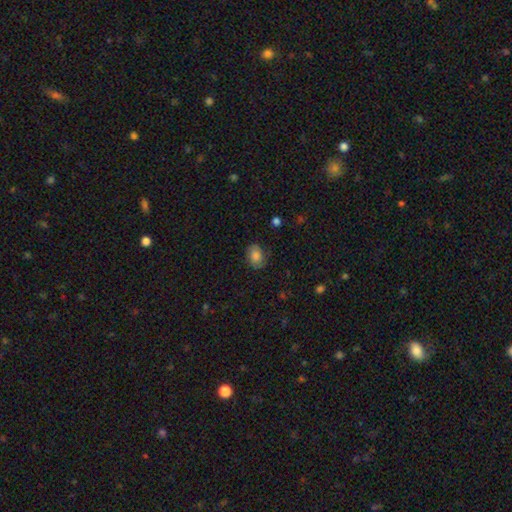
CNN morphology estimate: Q: Smooth or featured?
A: smooth (78%); runner-up: featured or disk (13%)
Q: How rounded?
A: in between (73%); runner-up: round (26%)
Q: Merging?
A: none (79%); runner-up: minor disturbance (15%)